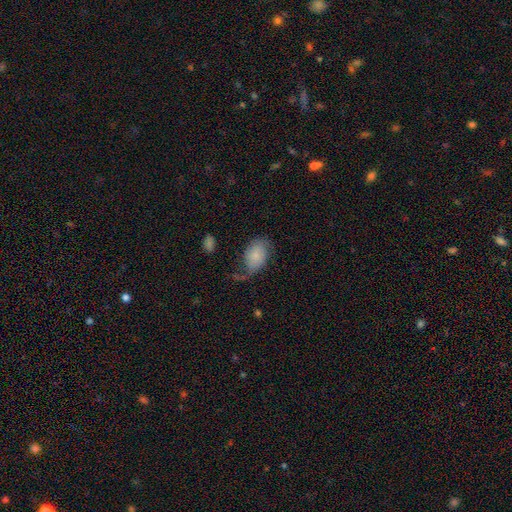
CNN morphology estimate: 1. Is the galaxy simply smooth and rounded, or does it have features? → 60% smooth, 32% featured or disk, 8% star or artifact.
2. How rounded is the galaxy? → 84% in between, 15% round, 1% cigar-shaped.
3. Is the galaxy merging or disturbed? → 41% none, 30% minor disturbance, 25% major disturbance, 4% merger.